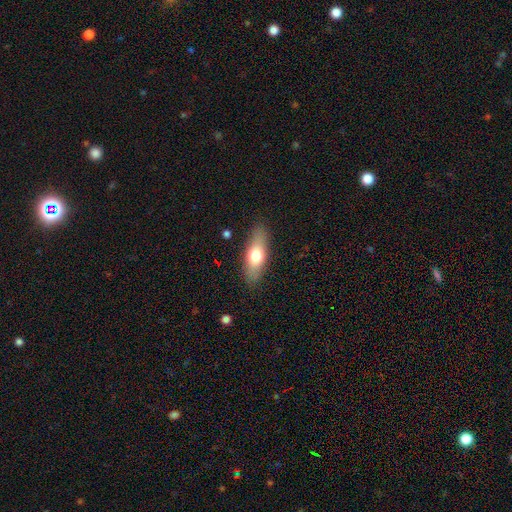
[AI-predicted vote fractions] Morphology: type=smooth (65%); roundness=in between (61%); merging=none (86%).